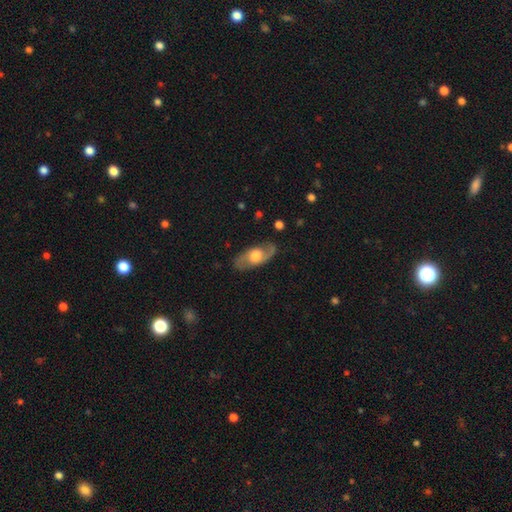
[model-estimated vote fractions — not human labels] smooth_or_featured: featured or disk (p=0.66) [alt: smooth p=0.28]
disk_edge_on: no (p=0.88) [alt: yes p=0.12]
bar: no (p=0.69) [alt: weak p=0.27]
has_spiral_arms: yes (p=0.81) [alt: no p=0.19]
bulge_size: large (p=0.46) [alt: moderate p=0.43]
merging: none (p=0.80) [alt: minor disturbance p=0.14]